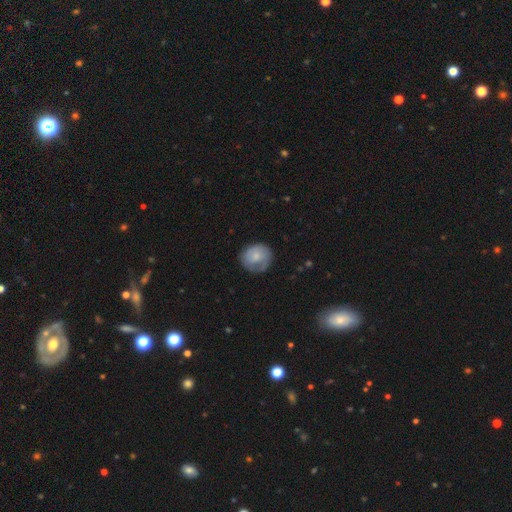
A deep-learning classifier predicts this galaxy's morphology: smooth-or-featured: smooth: 64% | featured or disk: 29% | star or artifact: 7%
  how-rounded: round: 81% | in between: 19% | cigar-shaped: 1%
  merging: none: 65% | minor disturbance: 24% | major disturbance: 10% | merger: 1%